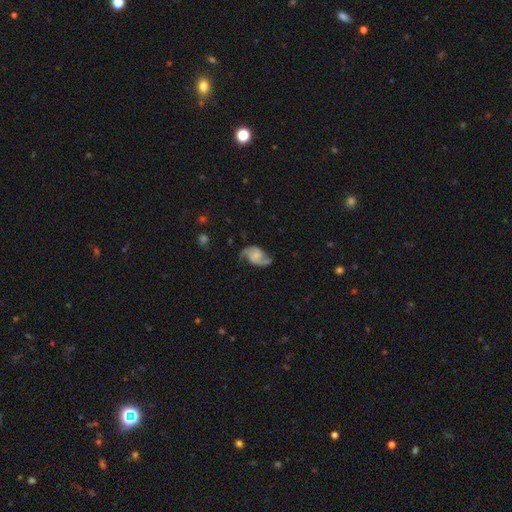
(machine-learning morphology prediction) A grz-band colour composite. It shows a featured or disk galaxy (86%) with no bar (62%), 2 (93%) loose (45%) spiral arms (97%) and a small central bulge (47%). Merging: none (71%).